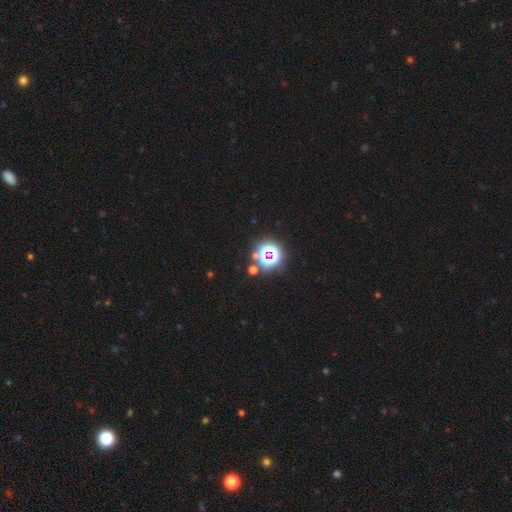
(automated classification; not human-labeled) Overall: star or artifact (73%).